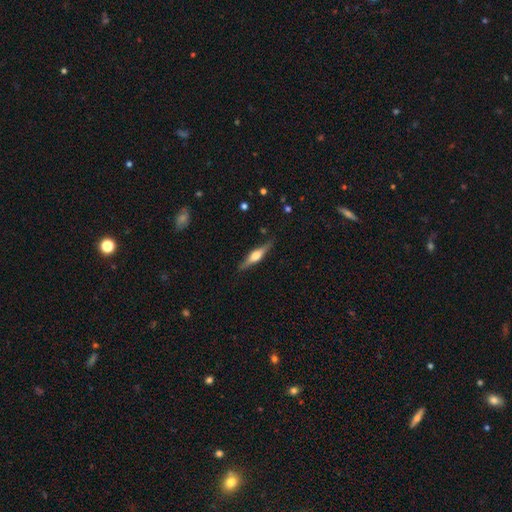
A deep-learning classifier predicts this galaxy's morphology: smooth-or-featured: featured or disk: 69% | smooth: 26% | star or artifact: 6%
  disk-edge-on: yes: 97% | no: 3%
    edge-on-bulge: rounded: 87% | boxy: 10% | none: 3%
  merging: none: 87% | minor disturbance: 10% | major disturbance: 2% | merger: 1%